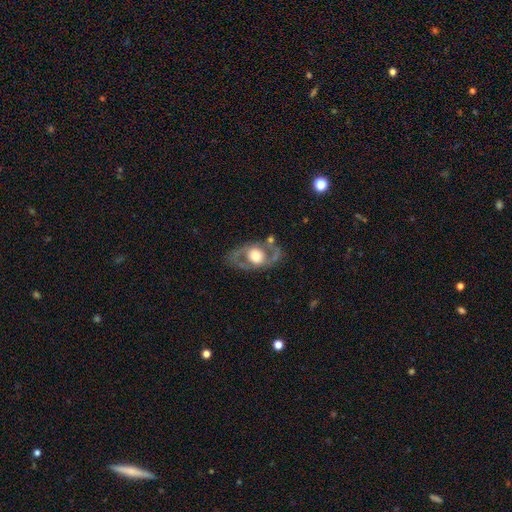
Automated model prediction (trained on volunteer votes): smooth-or-featured: featured or disk: 73% | smooth: 22% | star or artifact: 6%
  disk-edge-on: no: 92% | yes: 8%
    bar: no: 73% | weak: 20% | strong: 7%
    has-spiral-arms: yes: 60% | no: 40%
    bulge-size: moderate: 52% | large: 38% | small: 6% | dominant: 4% | none: 1%
  merging: none: 71% | minor disturbance: 15% | major disturbance: 11% | merger: 3%